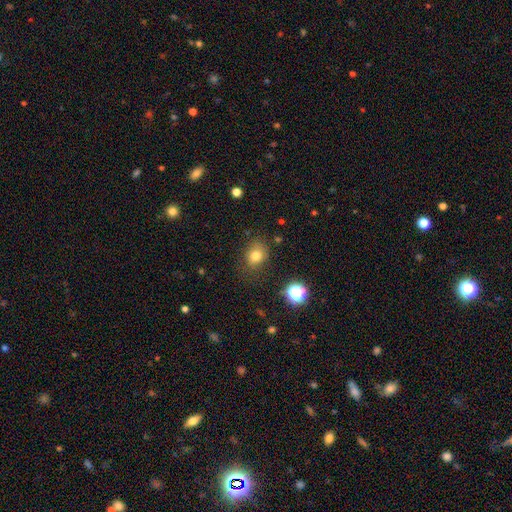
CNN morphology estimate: smooth_or_featured: smooth (p=0.77) [alt: star or artifact p=0.15]
how_rounded: round (p=0.54) [alt: in between p=0.45]
merging: none (p=0.75) [alt: minor disturbance p=0.17]